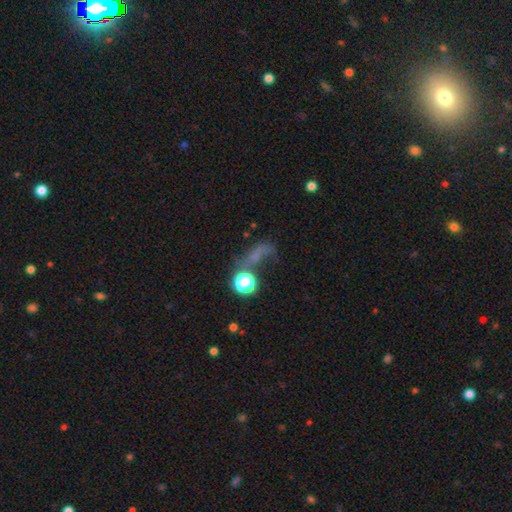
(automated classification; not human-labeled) Overall: smooth (45%; star or artifact 33%). Merging: major disturbance (38%; none 32%).